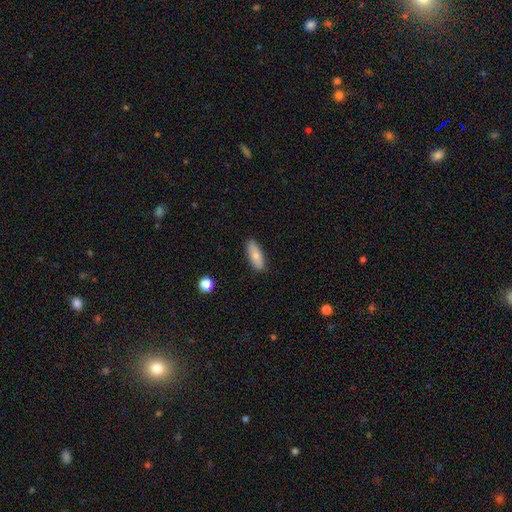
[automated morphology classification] Q: Smooth or featured?
A: smooth (78%); runner-up: featured or disk (15%)
Q: How rounded?
A: in between (69%); runner-up: cigar-shaped (29%)
Q: Merging?
A: none (88%); runner-up: minor disturbance (9%)